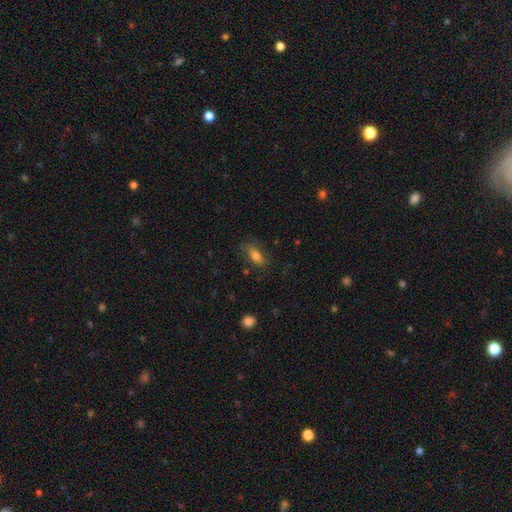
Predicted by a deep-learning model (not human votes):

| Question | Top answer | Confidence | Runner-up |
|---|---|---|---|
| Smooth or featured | smooth | 75% | featured or disk (17%) |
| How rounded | in between | 75% | cigar-shaped (21%) |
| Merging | none | 76% | minor disturbance (17%) |